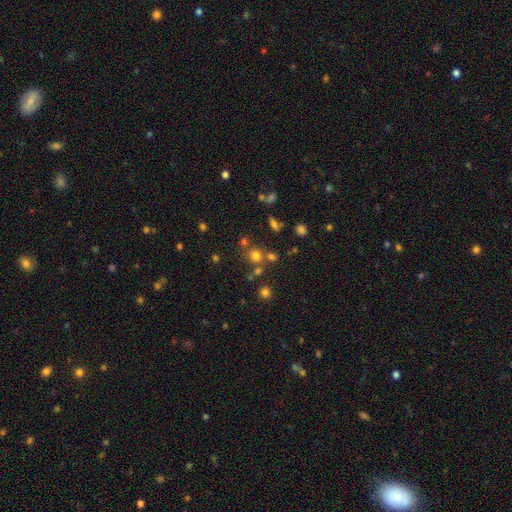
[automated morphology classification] smooth 68%, star or artifact 23%, featured or disk 9%. Down the decision tree: how rounded — round (87%); merging — none (67%).